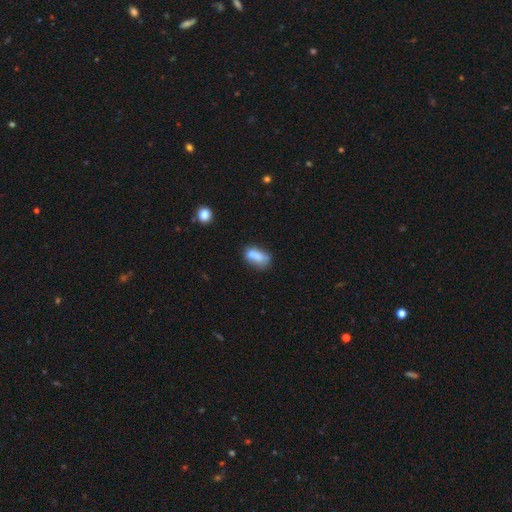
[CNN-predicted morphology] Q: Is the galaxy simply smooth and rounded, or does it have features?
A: smooth — 72%.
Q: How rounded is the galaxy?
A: in between — 82%.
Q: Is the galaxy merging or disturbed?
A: none — 41%.